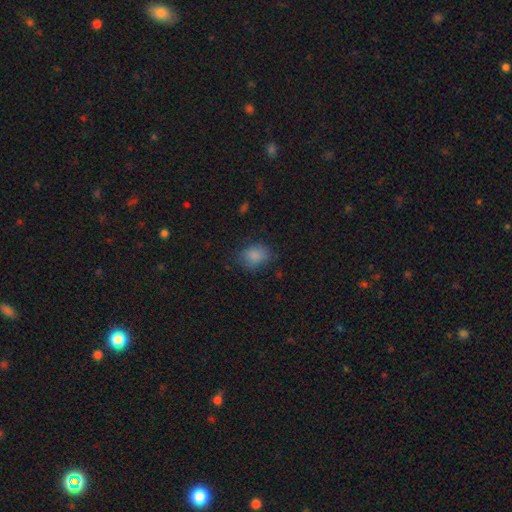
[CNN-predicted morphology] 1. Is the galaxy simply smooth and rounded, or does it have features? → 84% smooth, 10% star or artifact, 6% featured or disk.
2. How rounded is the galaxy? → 51% in between, 48% round, 1% cigar-shaped.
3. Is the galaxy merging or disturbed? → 73% none, 19% minor disturbance, 7% major disturbance, 1% merger.